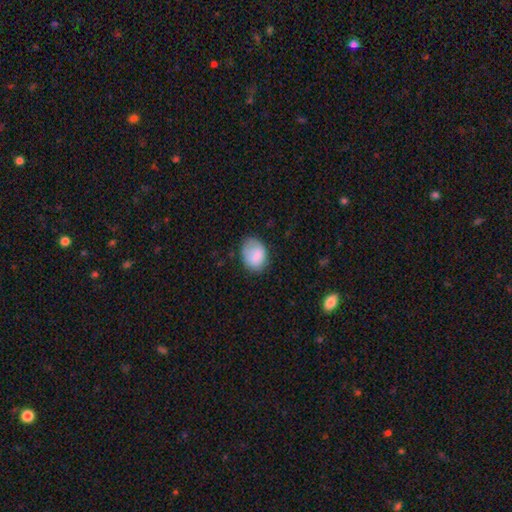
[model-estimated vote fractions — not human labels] smooth_or_featured: smooth (p=0.83) [alt: featured or disk p=0.09]
how_rounded: in between (p=0.64) [alt: round p=0.35]
merging: none (p=0.62) [alt: minor disturbance p=0.28]